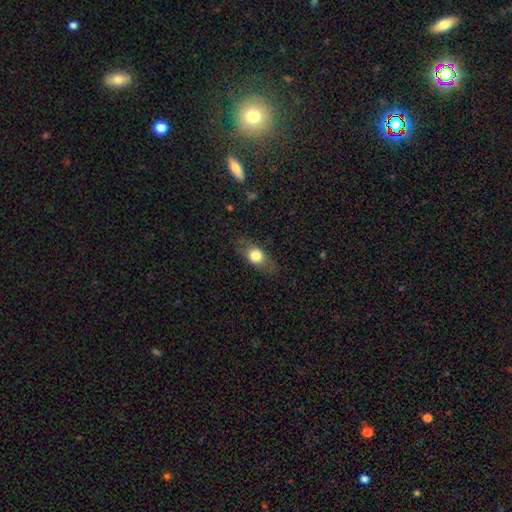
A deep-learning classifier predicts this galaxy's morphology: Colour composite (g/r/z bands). It shows a smooth galaxy with no disk features (67%) that is in between round and cigar-shaped (66%). Merging: none (79%).